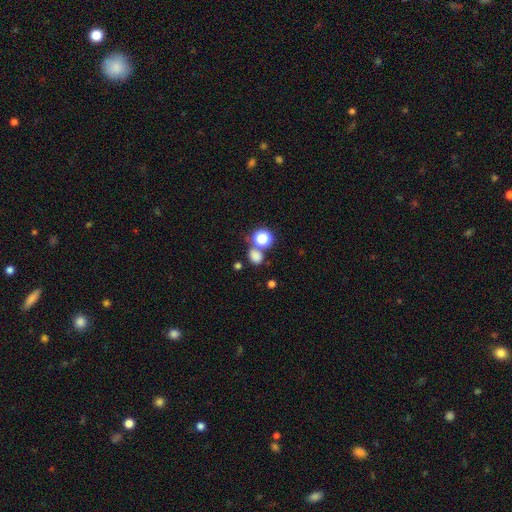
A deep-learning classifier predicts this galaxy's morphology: Smooth or featured? smooth (76%)
How rounded? round (61%)
Merging? none (61%)